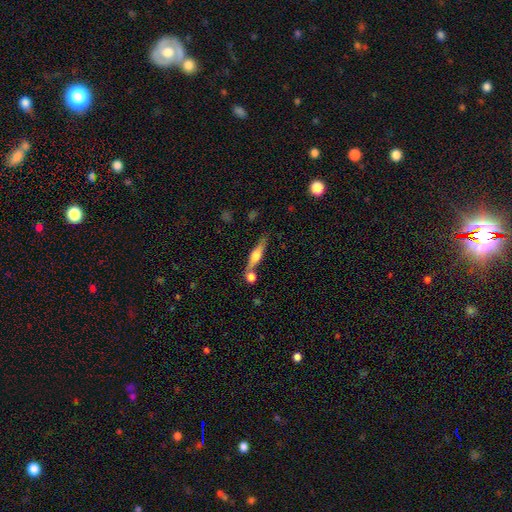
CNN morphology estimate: Overall: featured or disk (49%; smooth 43%). Merging: none (65%).